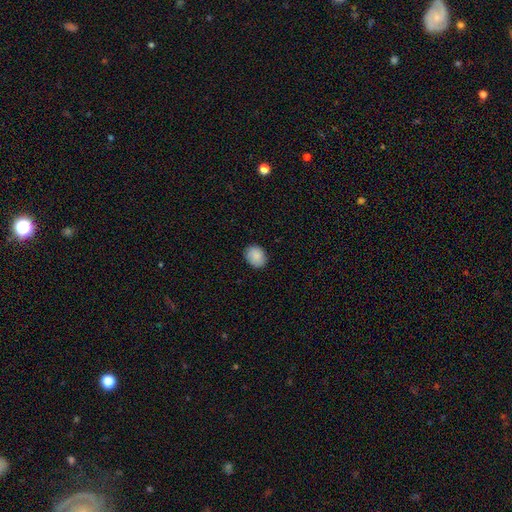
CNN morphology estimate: type=smooth (87%); roundness=round (51%); merging=none (86%).